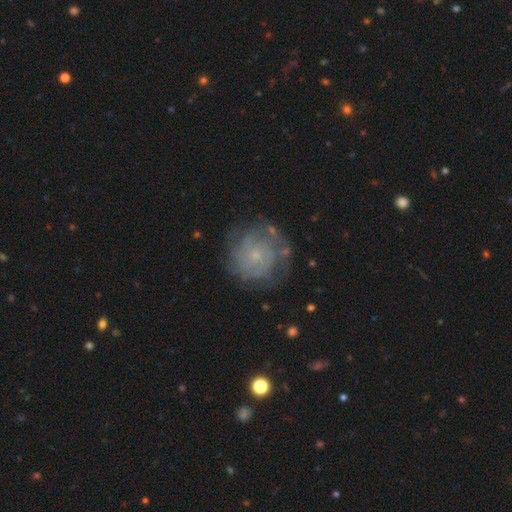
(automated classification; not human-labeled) smooth_or_featured: featured or disk (p=0.61) [alt: smooth p=0.29]
disk_edge_on: no (p=0.98) [alt: yes p=0.02]
bar: no (p=0.83) [alt: weak p=0.14]
has_spiral_arms: yes (p=0.73) [alt: no p=0.27]
bulge_size: small (p=0.76) [alt: moderate p=0.17]
merging: none (p=0.69) [alt: minor disturbance p=0.19]